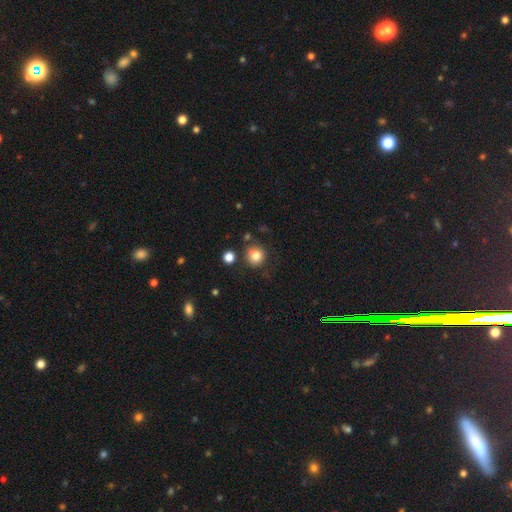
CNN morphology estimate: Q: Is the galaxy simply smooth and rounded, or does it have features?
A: smooth — 83%.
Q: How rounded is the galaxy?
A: round — 90%.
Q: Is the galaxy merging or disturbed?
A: none — 80%.